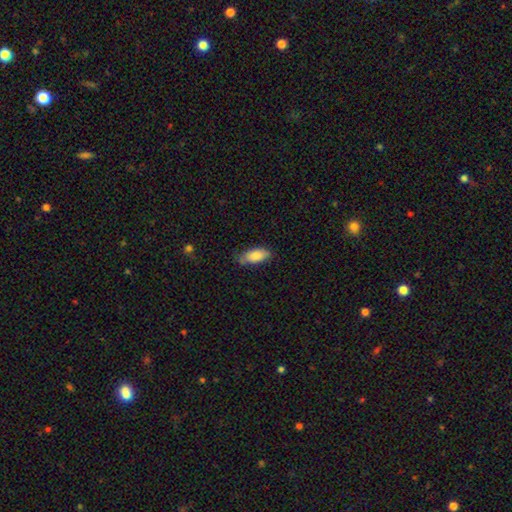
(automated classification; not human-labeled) Overall: smooth (86%). How rounded: in between (86%). Merging: none (69%).